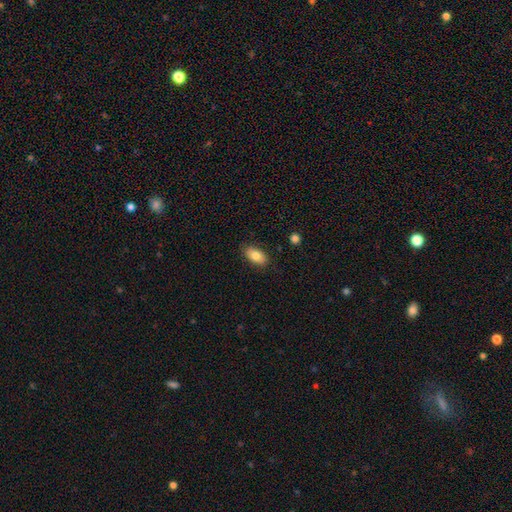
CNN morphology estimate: A smooth galaxy with no disk features (81%) that is in between round and cigar-shaped (92%). Merging: none (85%).